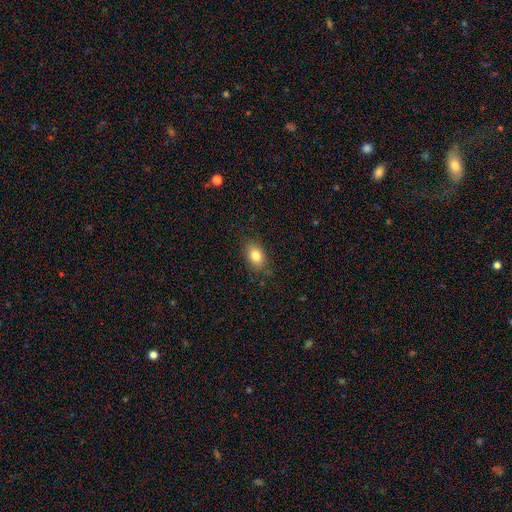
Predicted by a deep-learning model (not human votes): A smooth galaxy with no disk features (82%) that is in between round and cigar-shaped (78%). Merging: none (82%).